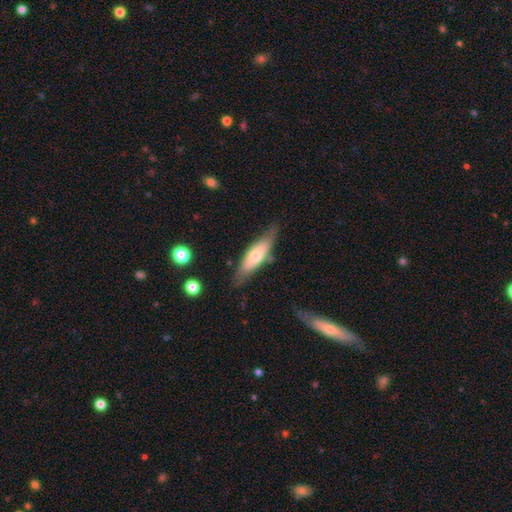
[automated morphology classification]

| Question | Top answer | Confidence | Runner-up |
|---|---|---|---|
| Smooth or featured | smooth | 57% | featured or disk (37%) |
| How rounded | cigar-shaped | 52% | in between (46%) |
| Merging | none | 71% | minor disturbance (20%) |